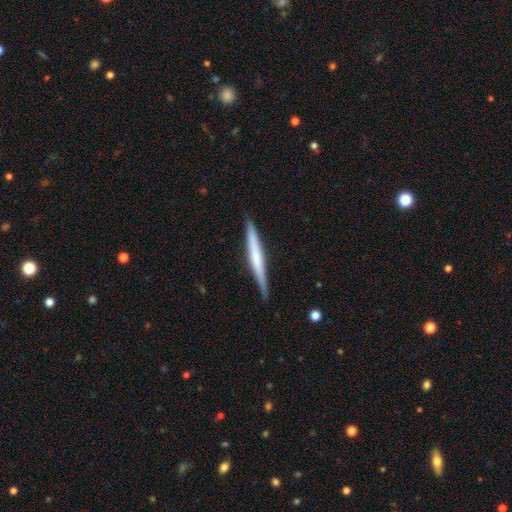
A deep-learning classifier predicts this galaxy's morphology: A featured or disk galaxy (52%) viewed edge-on (97%) with no central bulge (59%).

Vote fractions:
- Smooth or featured? featured or disk: 52% / smooth: 42% / star or artifact: 5%
- Edge-on disk? yes: 97% / no: 3%
- Edge-on bulge? none: 59% / rounded: 25% / boxy: 16%
- Merging? none: 88% / minor disturbance: 9% / major disturbance: 2% / merger: 1%